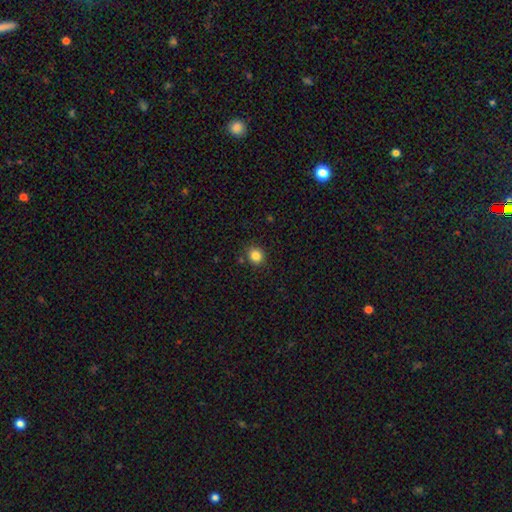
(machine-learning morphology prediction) This appears to be a smooth galaxy with no disk features (84%) that is round (81%). Merging: none (86%).